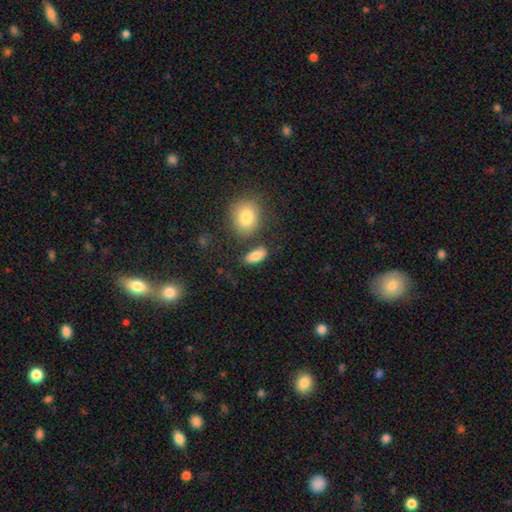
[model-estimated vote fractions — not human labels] This appears to be a smooth galaxy with no disk features (83%) that is in between round and cigar-shaped (84%). Merging: none (75%).